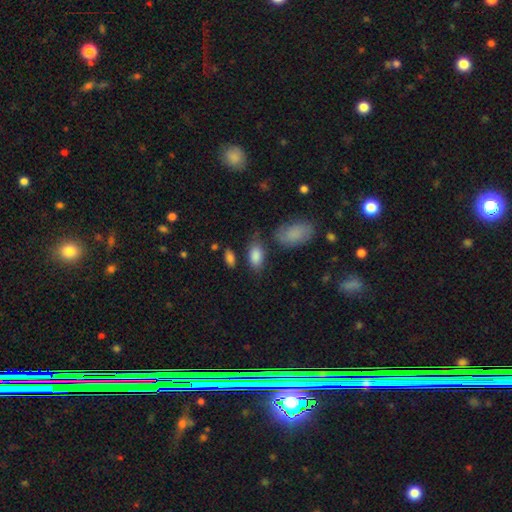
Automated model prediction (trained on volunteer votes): Overall: smooth (86%). How rounded: in between (93%). Merging: none (70%).